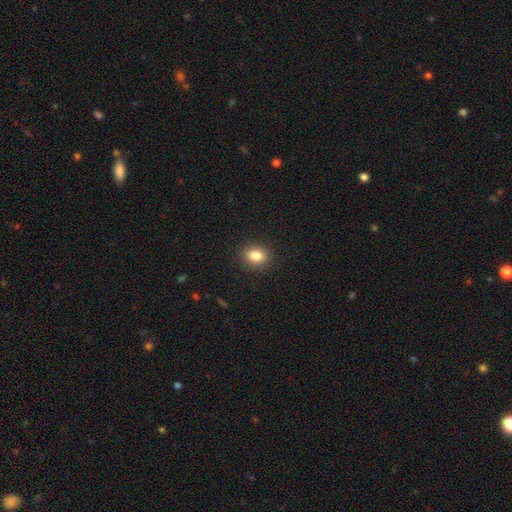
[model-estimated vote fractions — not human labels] smooth 83%, star or artifact 10%, featured or disk 6%. Down the decision tree: how rounded — round (56%); merging — none (90%).